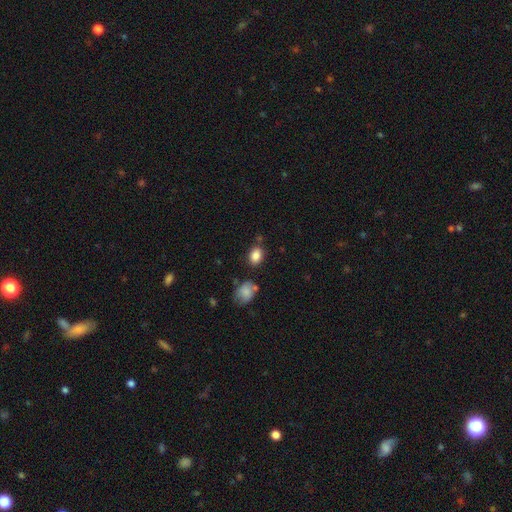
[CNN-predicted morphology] The model was most divided on "how rounded": in between: 75%, round: 24%, cigar-shaped: 1%. More confident: smooth or featured — smooth (85%); merging — none (76%).